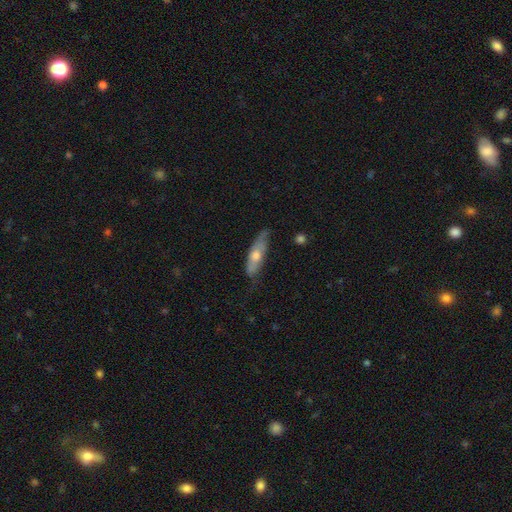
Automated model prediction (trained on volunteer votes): Smooth or featured: smooth — 50% (featured or disk — 44%)
Merging: none — 63% (minor disturbance — 28%)